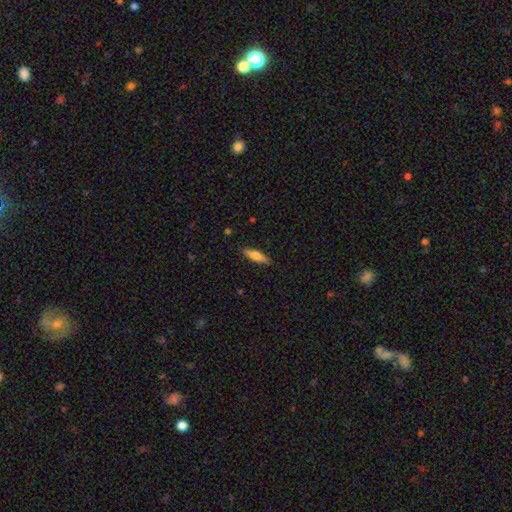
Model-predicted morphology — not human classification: Q: Smooth or featured?
A: smooth (55%); runner-up: featured or disk (39%)
Q: How rounded?
A: cigar-shaped (63%); runner-up: in between (34%)
Q: Merging?
A: none (88%); runner-up: minor disturbance (9%)